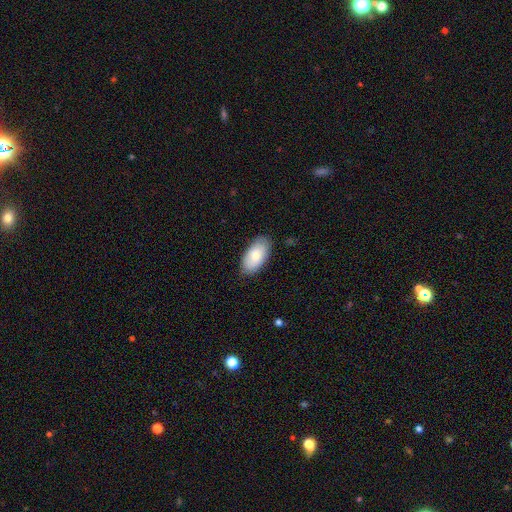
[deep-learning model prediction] smooth_or_featured: smooth (p=0.76) [alt: featured or disk p=0.18]
how_rounded: in between (p=0.95) [alt: round p=0.03]
merging: none (p=0.84) [alt: minor disturbance p=0.13]